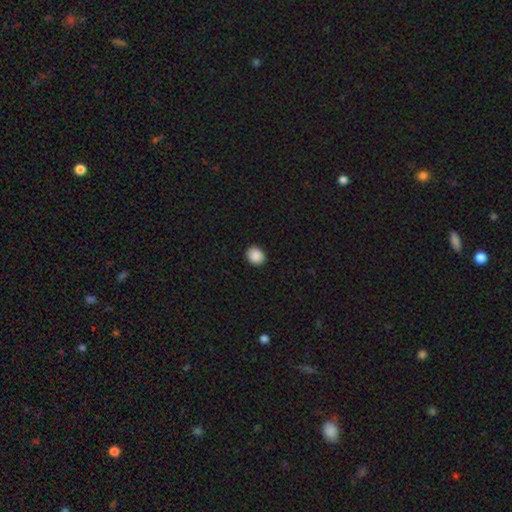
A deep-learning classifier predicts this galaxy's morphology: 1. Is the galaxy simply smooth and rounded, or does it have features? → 89% smooth, 8% star or artifact, 3% featured or disk.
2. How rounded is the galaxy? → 68% round, 31% in between, 1% cigar-shaped.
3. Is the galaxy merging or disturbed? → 91% none, 7% minor disturbance, 2% major disturbance, 1% merger.